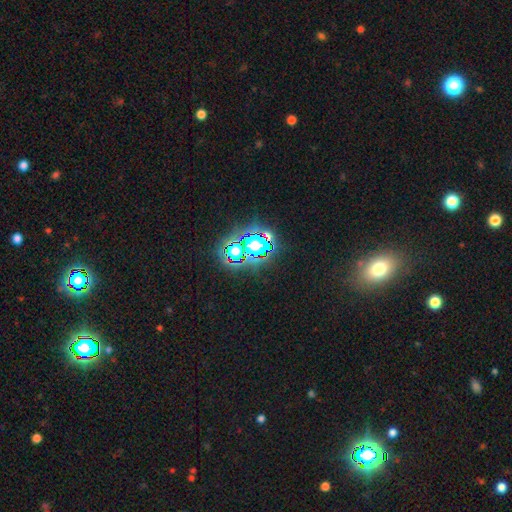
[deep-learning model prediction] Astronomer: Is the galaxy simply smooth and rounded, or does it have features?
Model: star or artifact — 64%.